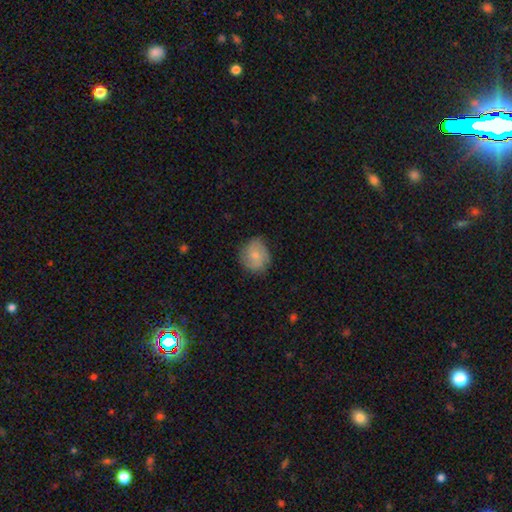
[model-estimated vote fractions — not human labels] Morphology: type=smooth (69%); roundness=round (78%); merging=none (75%).